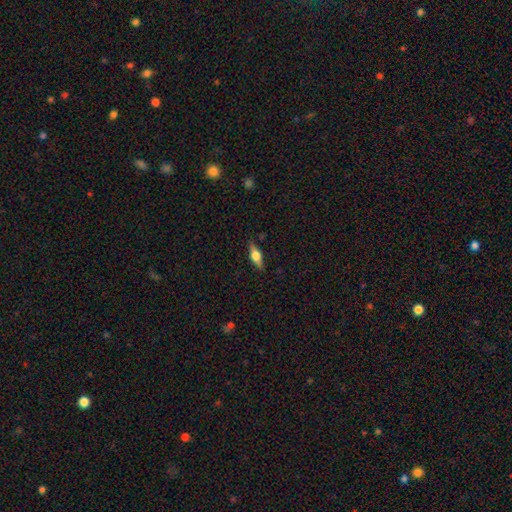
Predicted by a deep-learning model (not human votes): smooth-or-featured: featured or disk: 50% | smooth: 42% | star or artifact: 7%
  disk-edge-on: yes: 93% | no: 7%
  merging: none: 85% | minor disturbance: 11% | major disturbance: 3% | merger: 1%